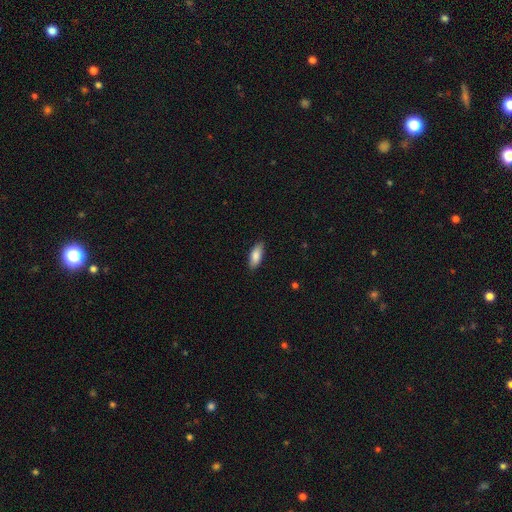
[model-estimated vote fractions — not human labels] A smooth galaxy with no disk features (85%) that is in between round and cigar-shaped (78%).

Vote fractions:
- Smooth or featured? smooth: 85% / featured or disk: 9% / star or artifact: 6%
- How rounded? in between: 78% / cigar-shaped: 20% / round: 2%
- Merging? none: 86% / minor disturbance: 11% / major disturbance: 2% / merger: 1%